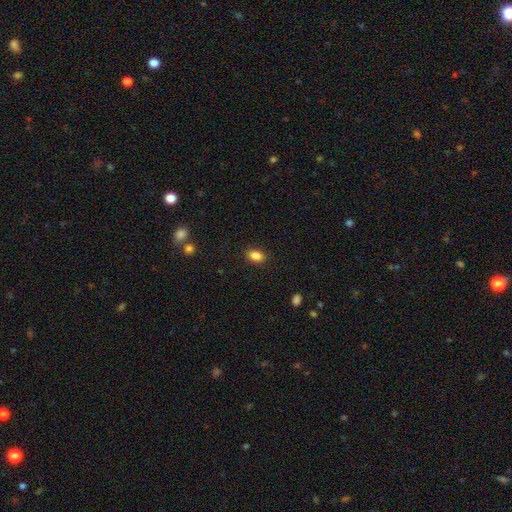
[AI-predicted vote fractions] A smooth galaxy with no disk features (86%) that is in between round and cigar-shaped (83%).

Vote fractions:
- Smooth or featured? smooth: 86% / star or artifact: 9% / featured or disk: 4%
- How rounded? in between: 83% / round: 15% / cigar-shaped: 2%
- Merging? none: 88% / minor disturbance: 8% / major disturbance: 2% / merger: 1%